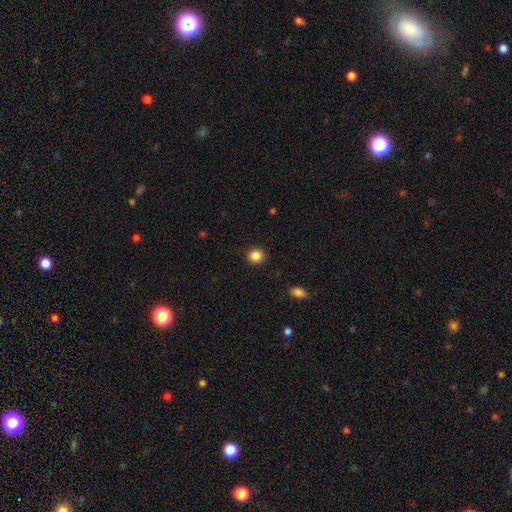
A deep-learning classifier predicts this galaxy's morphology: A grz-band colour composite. It shows a smooth galaxy with no disk features (86%) that is round (90%). Merging: none (91%).